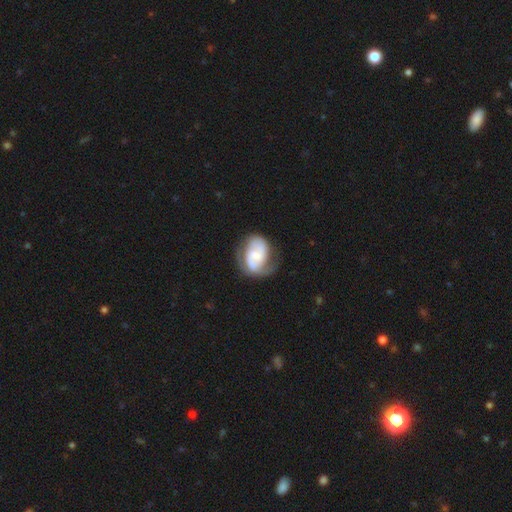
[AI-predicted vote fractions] The model was most divided on "bar": no: 45%, weak: 42%, strong: 13%. Remaining: edge-on disk — no (98%); spiral arms — yes (91%); spiral arm count — 2 (75%); smooth or featured — featured or disk (71%); merging — none (51%); spiral winding — medium (45%); bulge size — small (40%).